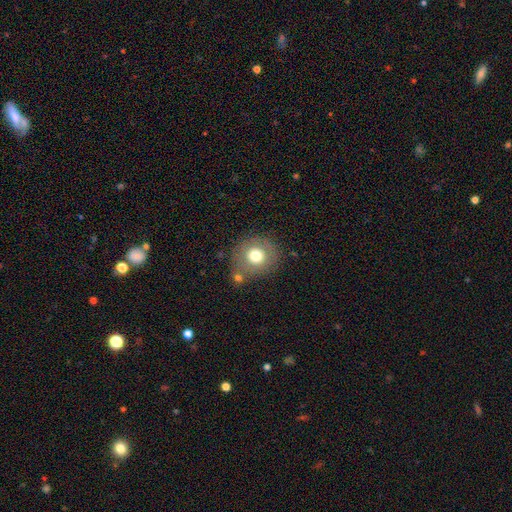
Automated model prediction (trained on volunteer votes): smooth 70%, featured or disk 20%, star or artifact 10%. Down the decision tree: how rounded — round (87%); merging — none (72%).